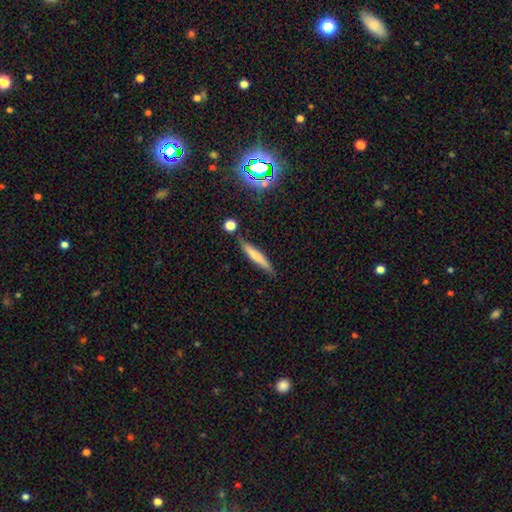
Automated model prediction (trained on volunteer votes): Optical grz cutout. It shows a smooth galaxy with no disk features (66%) that is cigar-shaped (91%). Merging: none (75%).